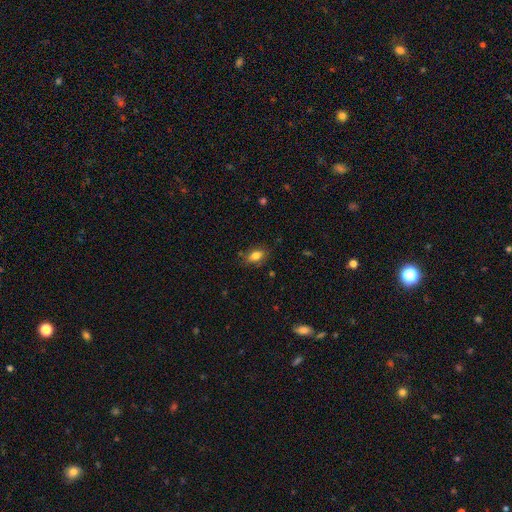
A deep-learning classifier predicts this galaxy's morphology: This is clearly a smooth galaxy (81%). How rounded: clearly in between (86%). Merging: likely none (79%).